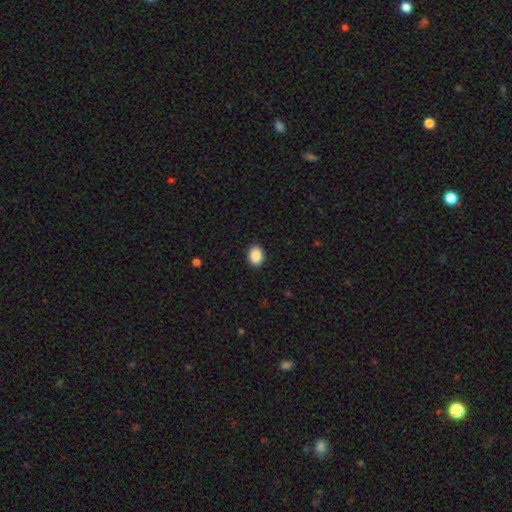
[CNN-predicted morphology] smooth 89%, star or artifact 8%, featured or disk 3%. Down the decision tree: how rounded — in between (68%); merging — none (91%).